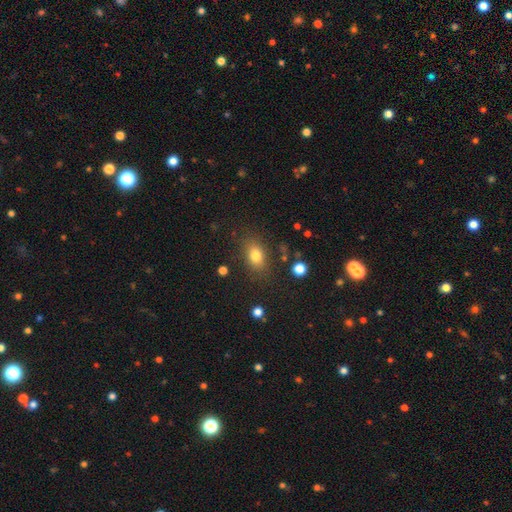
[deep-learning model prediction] Smooth or featured? smooth (79%)
How rounded? in between (77%)
Merging? none (80%)